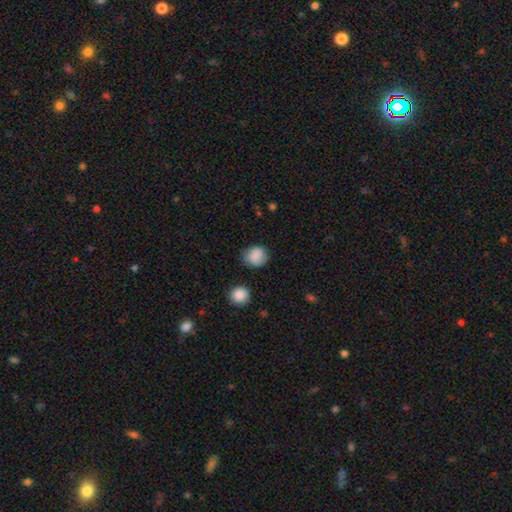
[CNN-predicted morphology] Smooth or featured?
  - smooth: 87% *
  - star or artifact: 9%
  - featured or disk: 5%
How rounded?
  - round: 77% *
  - in between: 22%
  - cigar-shaped: 1%
Merging?
  - none: 76% *
  - minor disturbance: 17%
  - major disturbance: 4%
  - merger: 2%